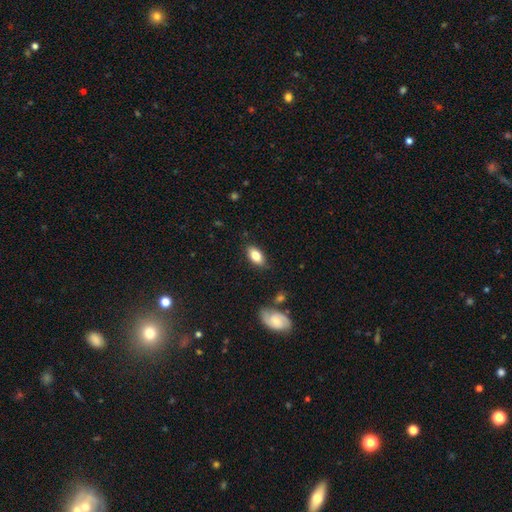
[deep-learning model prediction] Smooth or featured? smooth (79%)
How rounded? in between (90%)
Merging? none (82%)